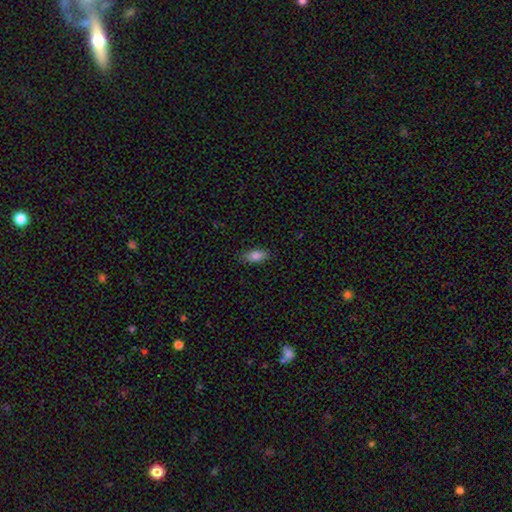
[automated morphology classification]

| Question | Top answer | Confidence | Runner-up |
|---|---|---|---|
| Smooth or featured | smooth | 85% | star or artifact (8%) |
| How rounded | in between | 86% | cigar-shaped (12%) |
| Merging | none | 85% | minor disturbance (11%) |